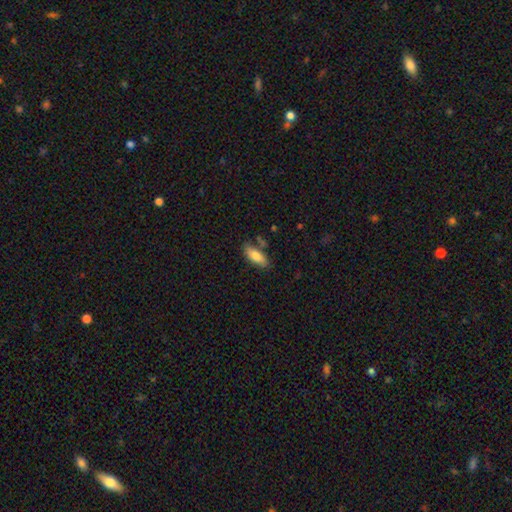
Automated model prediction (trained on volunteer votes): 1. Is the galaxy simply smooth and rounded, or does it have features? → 78% smooth, 16% featured or disk, 7% star or artifact.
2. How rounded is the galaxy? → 75% in between, 22% cigar-shaped, 3% round.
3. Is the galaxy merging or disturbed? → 73% none, 16% minor disturbance, 8% merger, 4% major disturbance.